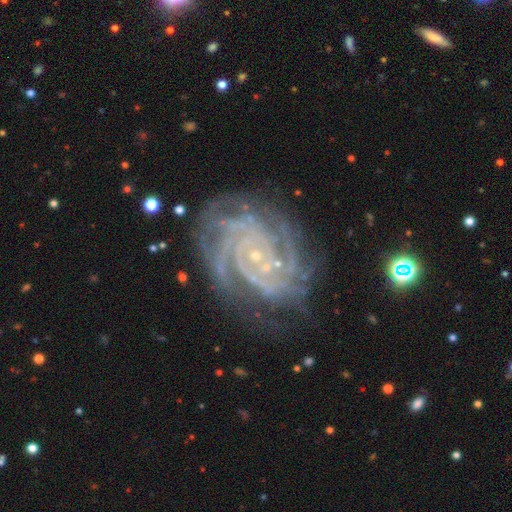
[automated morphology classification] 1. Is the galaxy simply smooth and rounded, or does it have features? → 91% featured or disk, 6% star or artifact, 3% smooth.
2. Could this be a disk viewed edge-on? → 98% no, 2% yes.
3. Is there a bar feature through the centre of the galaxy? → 70% no, 20% weak, 11% strong.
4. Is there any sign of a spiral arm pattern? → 99% yes, 1% no.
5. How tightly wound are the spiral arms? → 79% tight, 19% medium, 2% loose.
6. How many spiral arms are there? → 27% 4, 19% more than 4, 18% 3, 15% can't tell, 13% 2, 9% 1.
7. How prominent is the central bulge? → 87% small, 8% moderate, 3% none, 1% large, 1% dominant.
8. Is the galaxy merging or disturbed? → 76% none, 16% minor disturbance, 6% major disturbance, 2% merger.